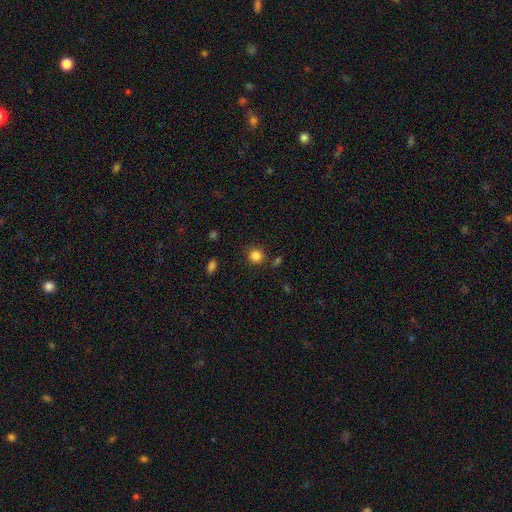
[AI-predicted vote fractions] Morphology: type=smooth (84%); roundness=round (89%); merging=none (83%).